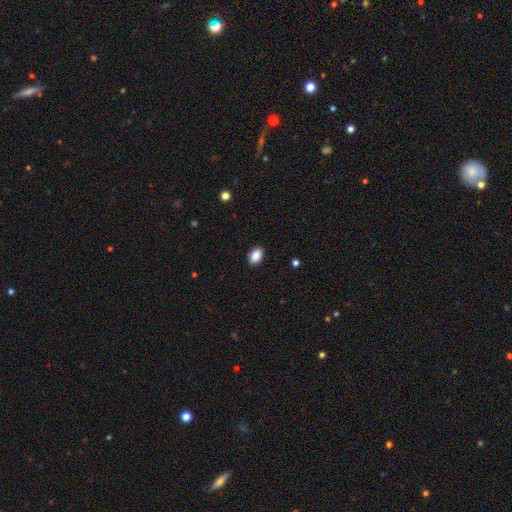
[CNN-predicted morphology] Q: Smooth or featured?
A: smooth (90%); runner-up: star or artifact (7%)
Q: How rounded?
A: in between (86%); runner-up: round (13%)
Q: Merging?
A: none (89%); runner-up: minor disturbance (8%)